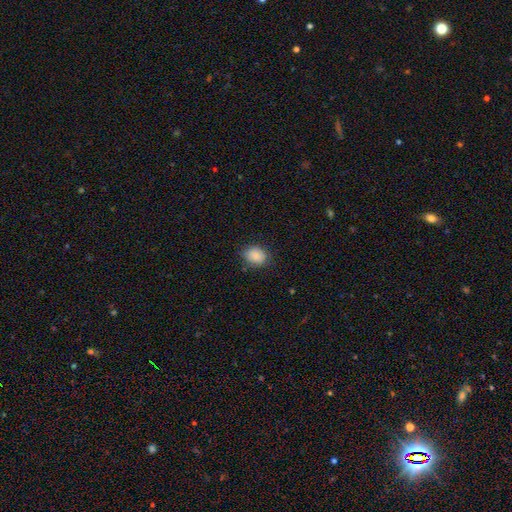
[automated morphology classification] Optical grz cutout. It shows a smooth galaxy with no disk features (88%) that is in between round and cigar-shaped (56%). Merging: none (81%).